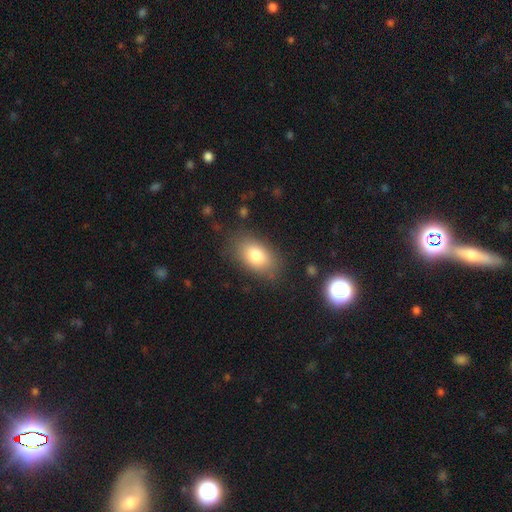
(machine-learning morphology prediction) This appears to be a smooth galaxy with no disk features (79%) that is in between round and cigar-shaped (88%). Merging: none (80%).